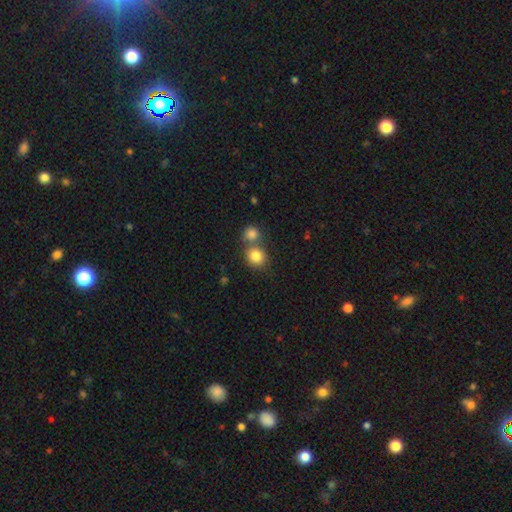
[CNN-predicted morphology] smooth_or_featured: smooth (p=0.82) [alt: star or artifact p=0.11]
how_rounded: round (p=0.79) [alt: in between p=0.20]
merging: none (p=0.50) [alt: merger p=0.39]